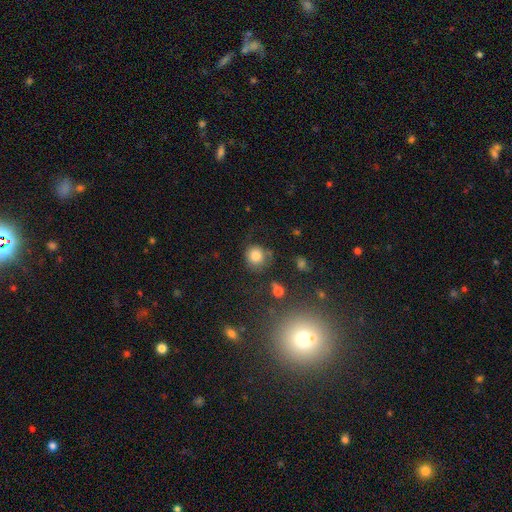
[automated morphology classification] Smooth or featured? Predicted: smooth (p=0.80). How rounded? Predicted: round (p=0.89). Merging? Predicted: none (p=0.68).